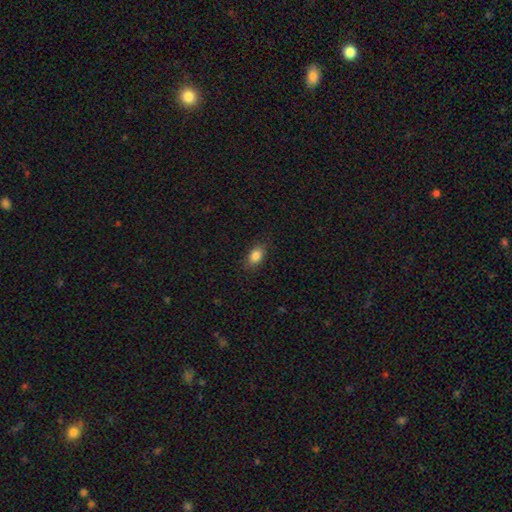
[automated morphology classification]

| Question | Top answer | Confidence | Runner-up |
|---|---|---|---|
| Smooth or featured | smooth | 85% | star or artifact (9%) |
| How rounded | in between | 84% | round (13%) |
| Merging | none | 85% | minor disturbance (11%) |